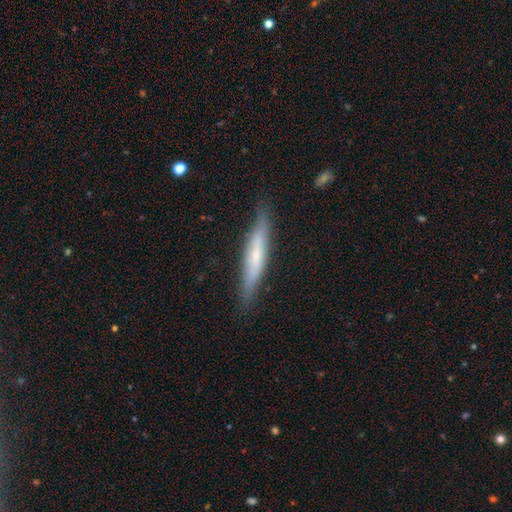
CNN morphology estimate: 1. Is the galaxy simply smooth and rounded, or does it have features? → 50% smooth, 44% featured or disk, 6% star or artifact.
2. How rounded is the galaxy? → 92% cigar-shaped, 7% in between, 1% round.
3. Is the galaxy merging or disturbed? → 84% none, 12% minor disturbance, 2% major disturbance, 1% merger.